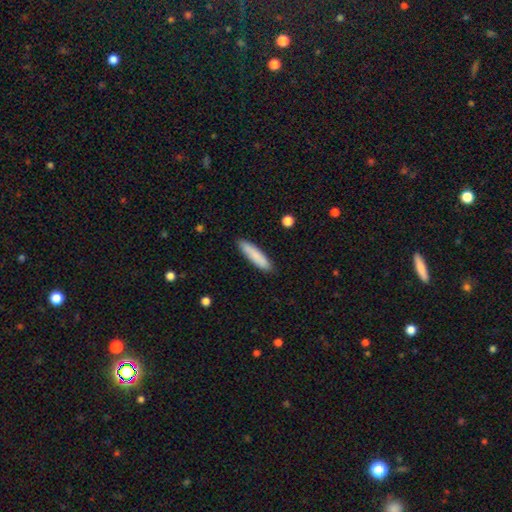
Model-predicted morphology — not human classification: type=smooth (85%); roundness=cigar-shaped (78%); merging=none (88%).